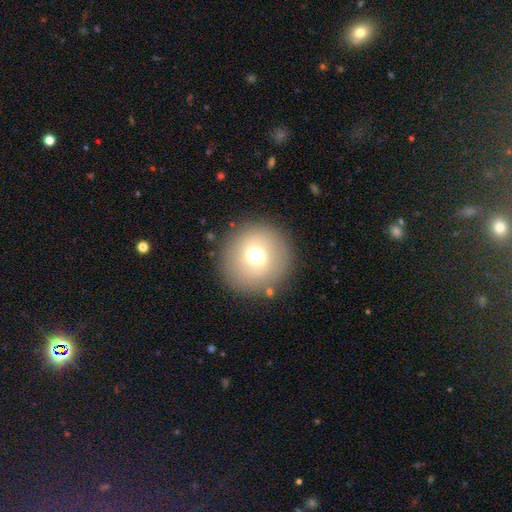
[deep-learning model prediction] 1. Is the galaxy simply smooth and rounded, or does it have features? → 68% smooth, 18% featured or disk, 14% star or artifact.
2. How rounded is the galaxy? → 95% round, 4% in between, 1% cigar-shaped.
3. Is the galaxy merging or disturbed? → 86% none, 7% minor disturbance, 4% major disturbance, 2% merger.